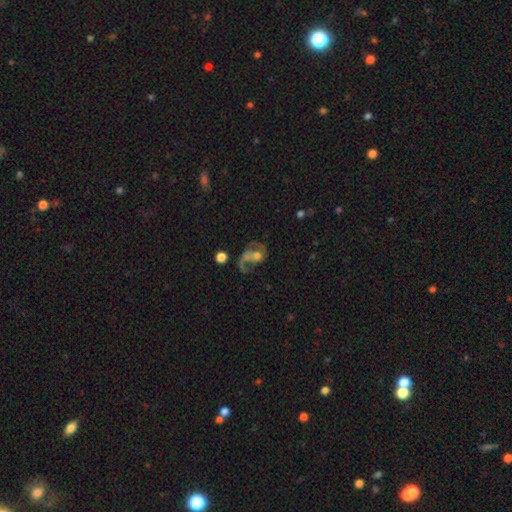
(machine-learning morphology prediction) Smooth or featured? featured or disk (79%)
Edge-on disk? no (97%)
Bar? no (59%)
Spiral arms? yes (91%)
Spiral winding? medium (44%)
Spiral arm count? 2 (74%)
Bulge size? moderate (48%)
Merging? none (50%)